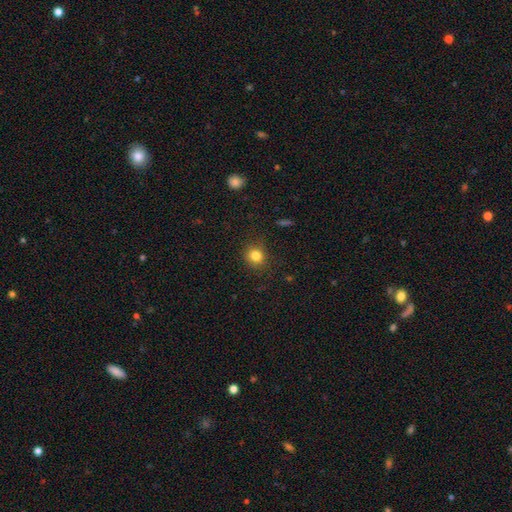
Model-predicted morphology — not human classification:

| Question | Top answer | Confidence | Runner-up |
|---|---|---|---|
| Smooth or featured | smooth | 82% | star or artifact (12%) |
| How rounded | round | 81% | in between (18%) |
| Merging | none | 85% | minor disturbance (10%) |